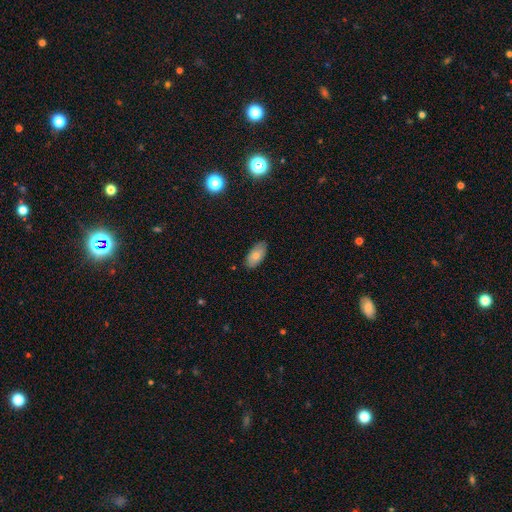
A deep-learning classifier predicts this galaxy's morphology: type=smooth (75%); roundness=in between (93%); merging=none (82%).